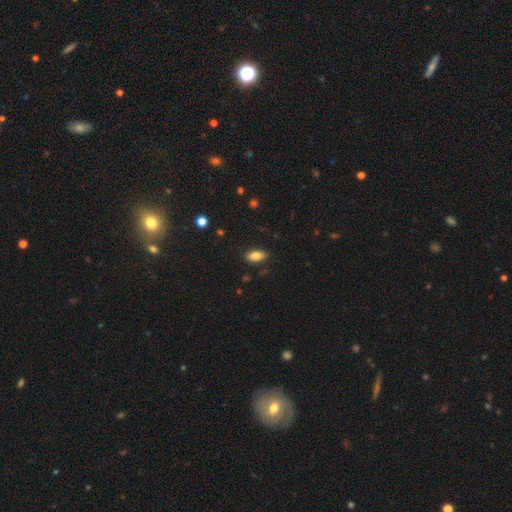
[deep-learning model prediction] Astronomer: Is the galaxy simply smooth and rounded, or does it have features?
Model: smooth — 80%.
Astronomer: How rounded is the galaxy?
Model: in between — 85%.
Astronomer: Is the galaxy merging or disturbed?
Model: none — 86%.